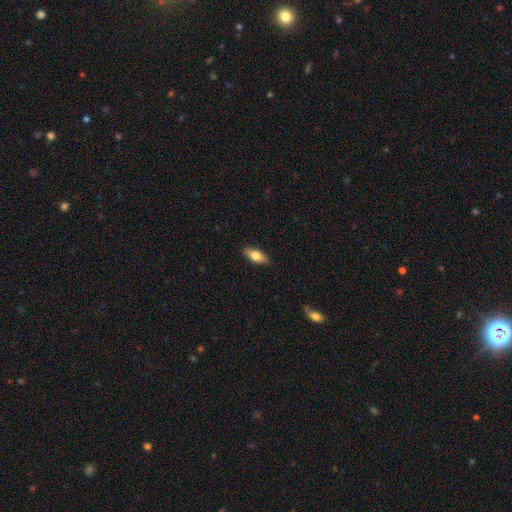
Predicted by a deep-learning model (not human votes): Overall: smooth (68%). How rounded: in between (74%). Merging: none (88%).